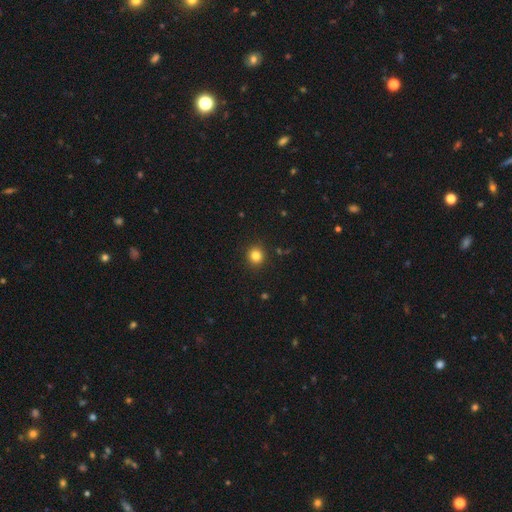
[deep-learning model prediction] A smooth galaxy with no disk features (83%) that is round (91%).

Vote fractions:
- Smooth or featured? smooth: 83% / star or artifact: 12% / featured or disk: 5%
- How rounded? round: 91% / in between: 8% / cigar-shaped: 1%
- Merging? none: 91% / minor disturbance: 6% / major disturbance: 2% / merger: 1%